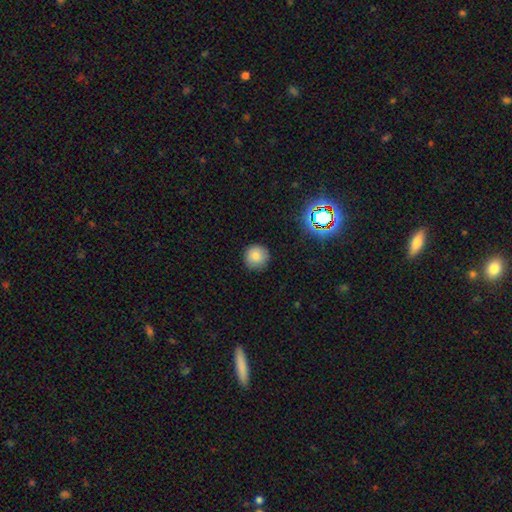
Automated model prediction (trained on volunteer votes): Smooth or featured: smooth — 81% (star or artifact — 12%)
How rounded: round — 95% (in between — 4%)
Merging: none — 89% (minor disturbance — 8%)